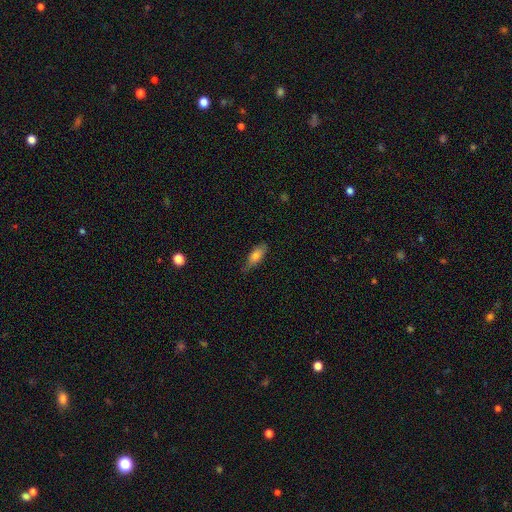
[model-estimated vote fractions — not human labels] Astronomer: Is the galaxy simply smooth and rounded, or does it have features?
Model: smooth — 74%.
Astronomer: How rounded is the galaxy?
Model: in between — 68%.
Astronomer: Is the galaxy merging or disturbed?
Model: none — 69%.